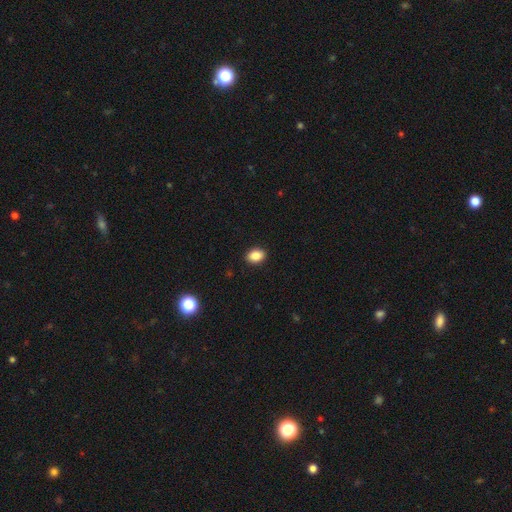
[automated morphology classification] smooth_or_featured: smooth (p=0.87) [alt: star or artifact p=0.09]
how_rounded: in between (p=0.77) [alt: round p=0.22]
merging: none (p=0.91) [alt: minor disturbance p=0.07]